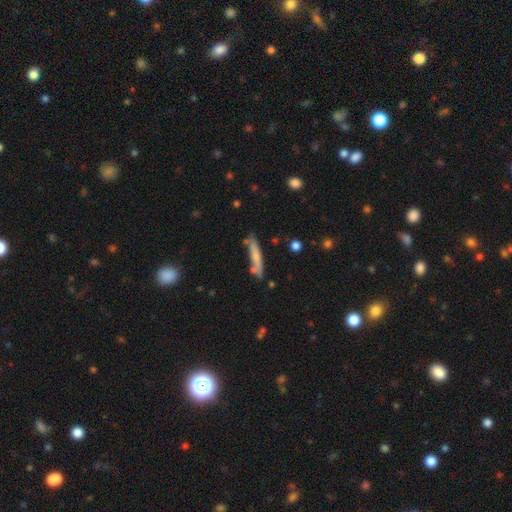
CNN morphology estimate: Smooth or featured: smooth — 68% (featured or disk — 26%)
How rounded: cigar-shaped — 90% (in between — 8%)
Merging: none — 70% (minor disturbance — 18%)